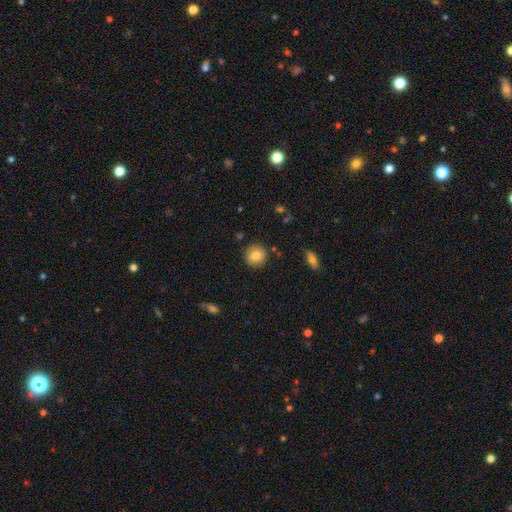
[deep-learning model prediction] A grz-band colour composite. It shows a smooth galaxy with no disk features (83%) that is round (91%). Merging: none (89%).